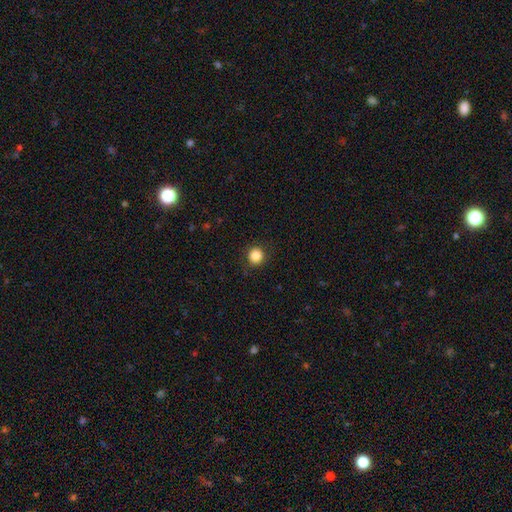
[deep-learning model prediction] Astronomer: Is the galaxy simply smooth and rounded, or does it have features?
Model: smooth — 86%.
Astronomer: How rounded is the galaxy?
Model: round — 92%.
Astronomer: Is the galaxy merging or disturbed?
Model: none — 90%.